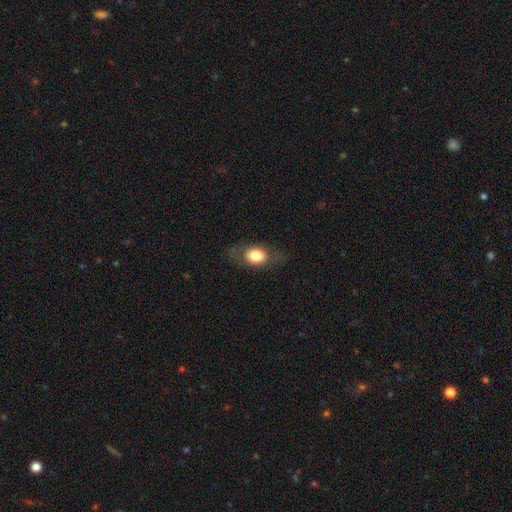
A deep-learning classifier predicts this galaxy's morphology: Smooth or featured? Predicted: smooth (p=0.70). How rounded? Predicted: in between (p=0.70). Merging? Predicted: none (p=0.76).